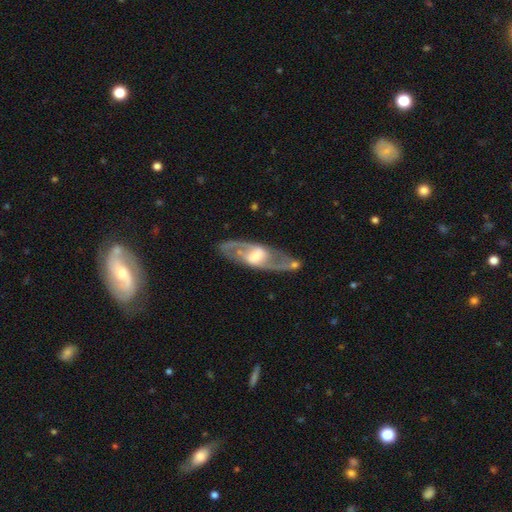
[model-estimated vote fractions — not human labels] This appears to be a featured or disk galaxy (83%) with a weak bar (45%), 2 (88%) medium (53%) spiral arms (89%) and a moderate central bulge (53%). Merging: none (76%).